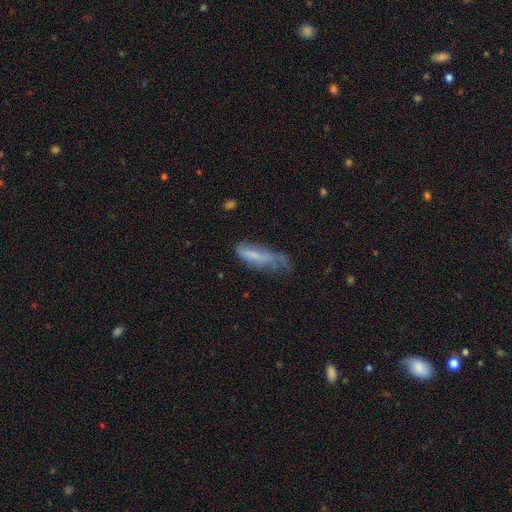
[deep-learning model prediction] Smooth or featured: smooth — 63% (featured or disk — 28%)
How rounded: cigar-shaped — 51% (in between — 47%)
Merging: minor disturbance — 37% (major disturbance — 32%)